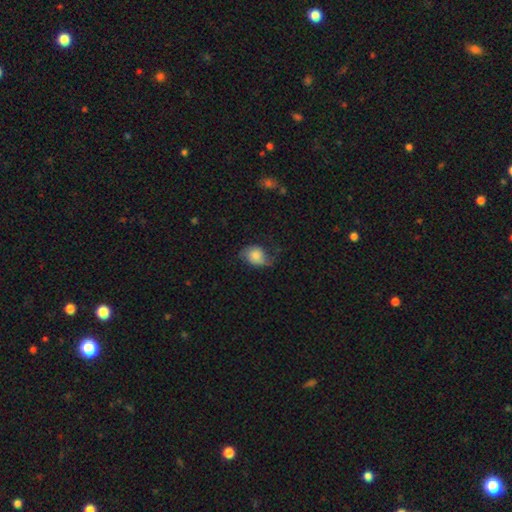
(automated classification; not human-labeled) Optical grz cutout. It shows a smooth galaxy with no disk features (60%) that is in between round and cigar-shaped (58%). Merging: none (45%).